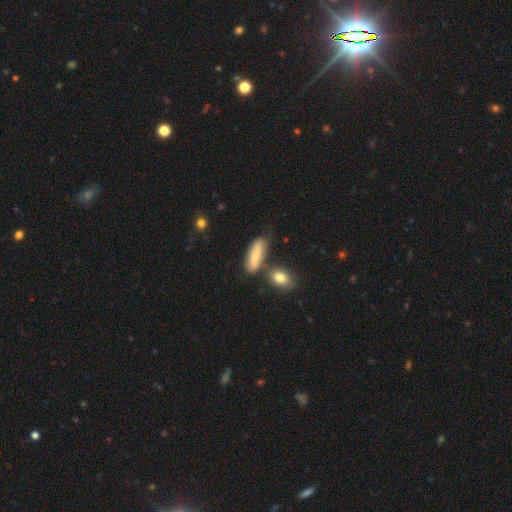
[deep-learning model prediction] A smooth galaxy with no disk features (69%) that is in between round and cigar-shaped (56%).

Vote fractions:
- Smooth or featured? smooth: 69% / featured or disk: 24% / star or artifact: 7%
- How rounded? in between: 56% / cigar-shaped: 41% / round: 3%
- Merging? none: 64% / minor disturbance: 16% / merger: 15% / major disturbance: 5%